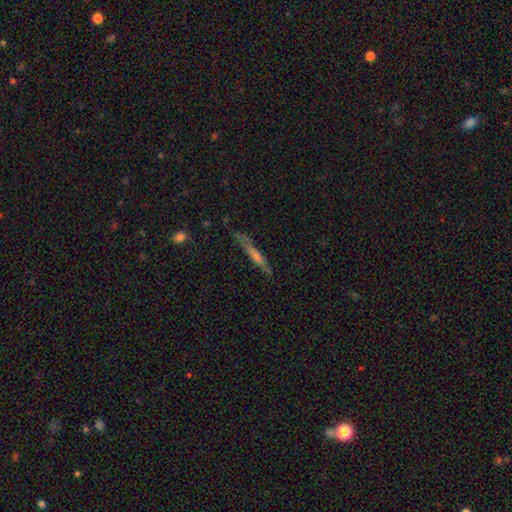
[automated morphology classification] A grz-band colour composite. It shows a featured or disk galaxy (50%) viewed edge-on (93%). Merging: none (77%).